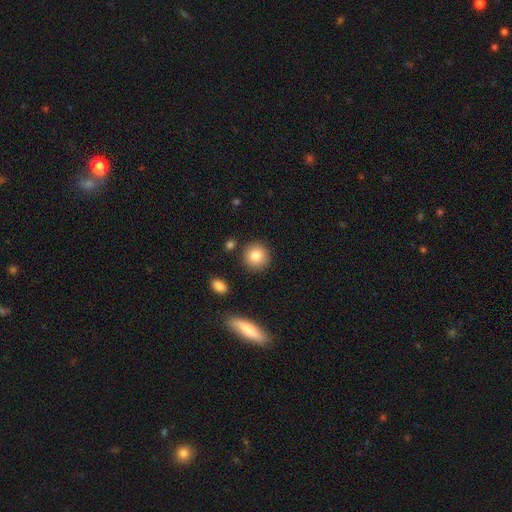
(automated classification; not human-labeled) smooth 83%, star or artifact 9%, featured or disk 8%. Down the decision tree: how rounded — round (91%); merging — none (87%).